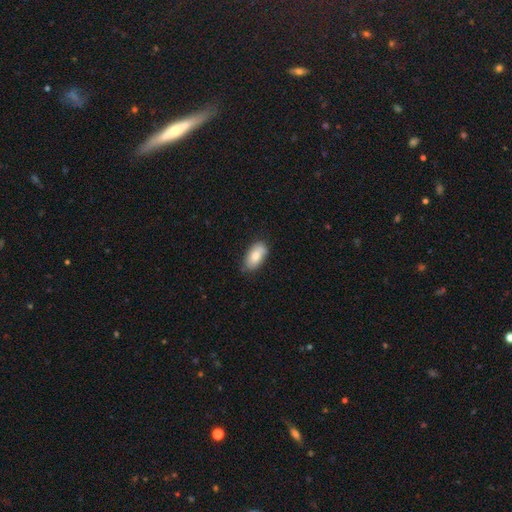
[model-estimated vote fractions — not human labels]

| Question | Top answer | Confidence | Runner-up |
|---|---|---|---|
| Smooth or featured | smooth | 74% | featured or disk (19%) |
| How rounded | in between | 93% | round (4%) |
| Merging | none | 72% | minor disturbance (22%) |